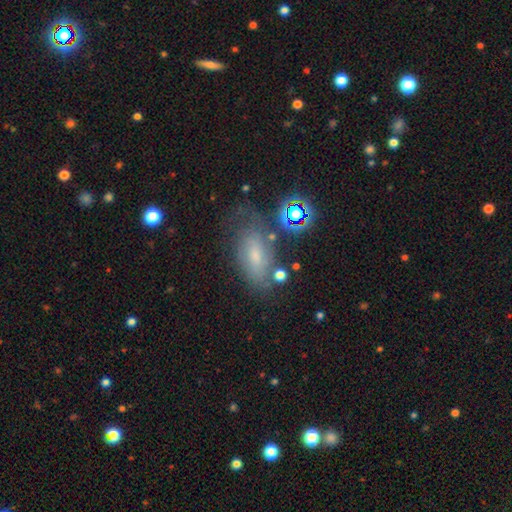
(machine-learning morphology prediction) A smooth galaxy with no disk features (42%). Merging: none (54%).